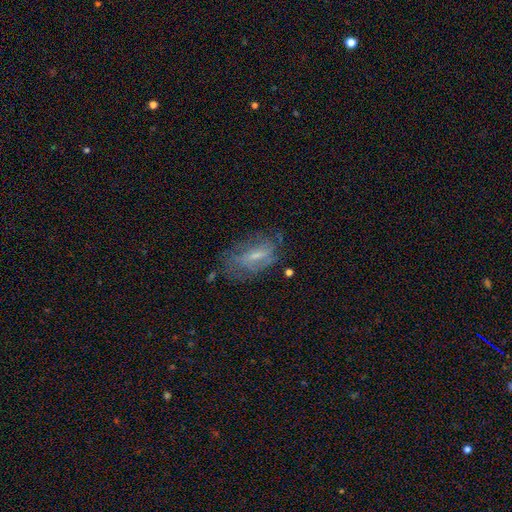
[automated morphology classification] A featured or disk galaxy (58%) with a weak bar (47%), spiral arms (60%) and a small central bulge (52%).

Vote fractions:
- Smooth or featured? featured or disk: 58% / smooth: 32% / star or artifact: 10%
- Edge-on disk? no: 90% / yes: 10%
- Bar? weak: 47% / no: 32% / strong: 20%
- Spiral arms? yes: 60% / no: 40%
- Bulge size? small: 52% / moderate: 32% / none: 12% / large: 3% / dominant: 1%
- Merging? none: 54% / minor disturbance: 25% / major disturbance: 19% / merger: 3%